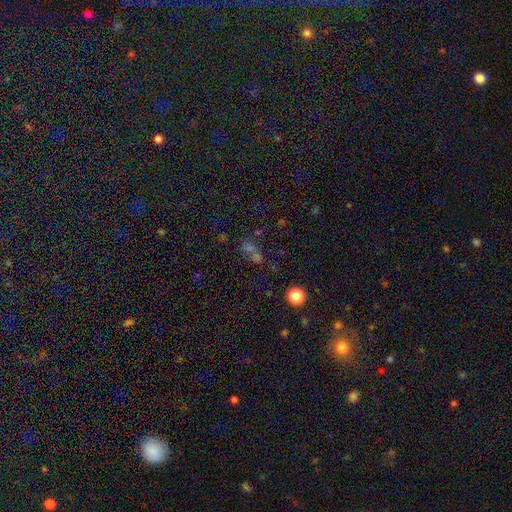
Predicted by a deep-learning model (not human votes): smooth_or_featured: smooth (p=0.43) [alt: star or artifact p=0.41]
merging: none (p=0.43) [alt: merger p=0.38]